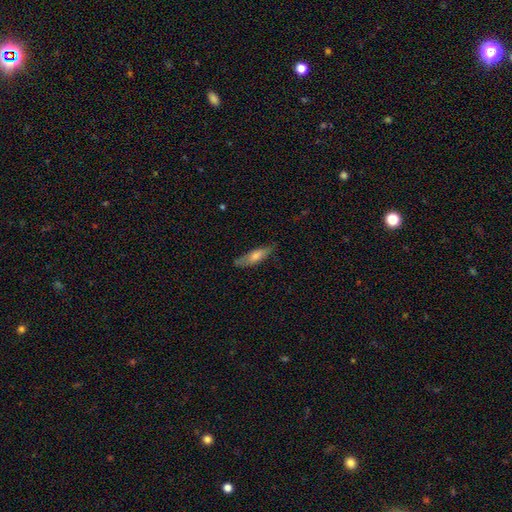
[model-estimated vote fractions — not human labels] Smooth or featured? smooth (55%)
How rounded? cigar-shaped (66%)
Merging? none (74%)